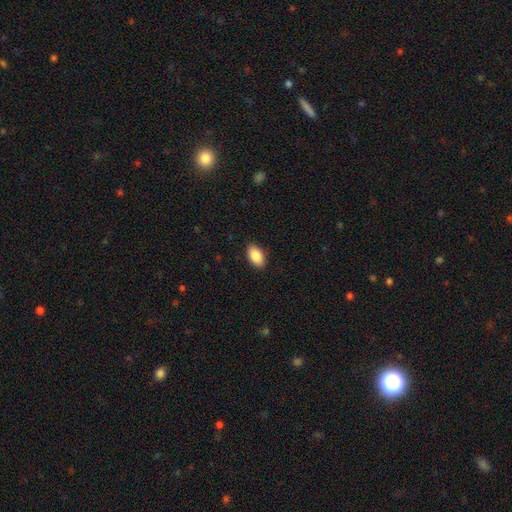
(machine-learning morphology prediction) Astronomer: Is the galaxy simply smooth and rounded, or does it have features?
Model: smooth — 87%.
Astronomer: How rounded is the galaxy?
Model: in between — 93%.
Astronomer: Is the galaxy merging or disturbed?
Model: none — 89%.